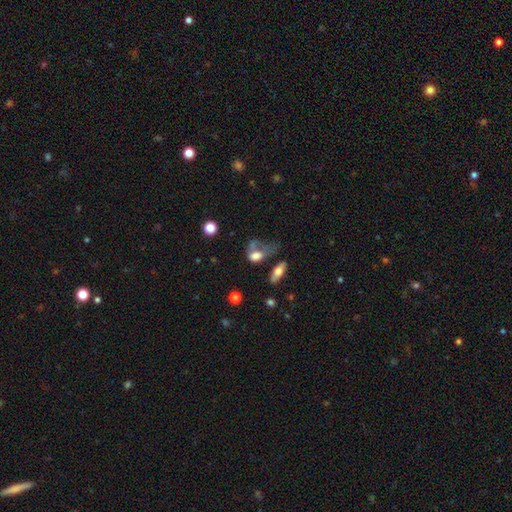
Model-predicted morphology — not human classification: Smooth or featured?
  - smooth: 64% *
  - featured or disk: 25%
  - star or artifact: 11%
How rounded?
  - in between: 76% *
  - round: 17%
  - cigar-shaped: 6%
Merging?
  - major disturbance: 39% *
  - none: 24%
  - merger: 20%
  - minor disturbance: 17%